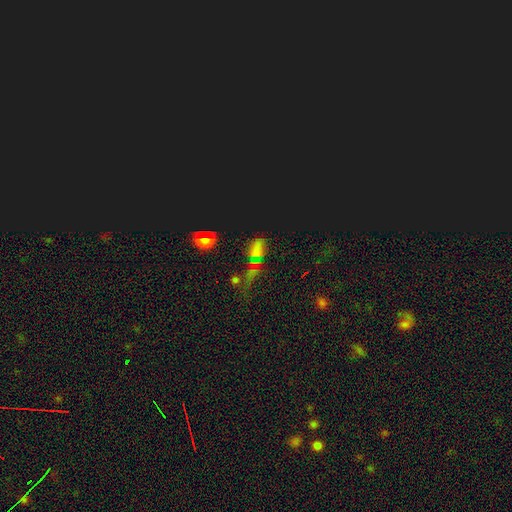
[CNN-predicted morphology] Overall: star or artifact (62%; smooth 28%).